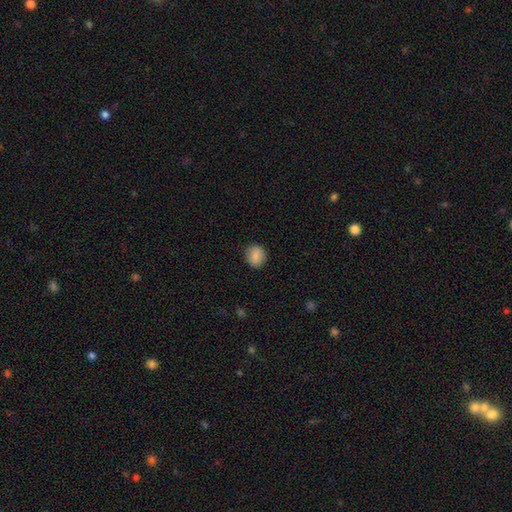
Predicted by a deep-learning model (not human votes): Overall: smooth (86%). How rounded: round (75%). Merging: none (87%).